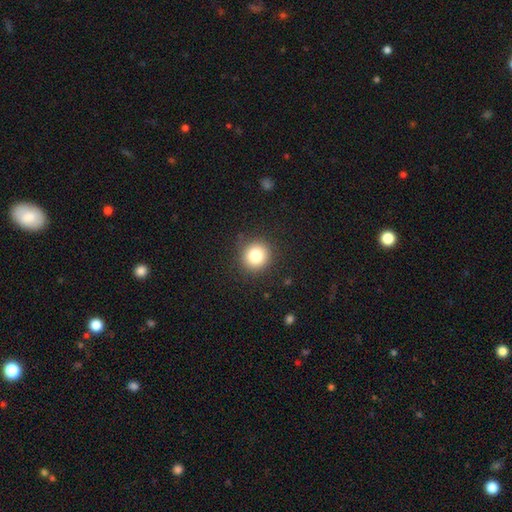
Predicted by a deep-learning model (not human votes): smooth_or_featured: smooth (p=0.82) [alt: star or artifact p=0.11]
how_rounded: round (p=0.92) [alt: in between p=0.07]
merging: none (p=0.89) [alt: minor disturbance p=0.08]